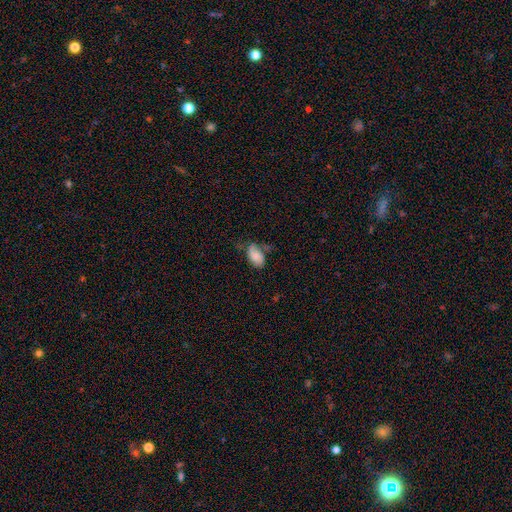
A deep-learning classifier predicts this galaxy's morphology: A smooth galaxy with no disk features (74%) that is in between round and cigar-shaped (92%).

Vote fractions:
- Smooth or featured? smooth: 74% / featured or disk: 17% / star or artifact: 8%
- How rounded? in between: 92% / round: 6% / cigar-shaped: 2%
- Merging? none: 43% / minor disturbance: 35% / major disturbance: 15% / merger: 7%